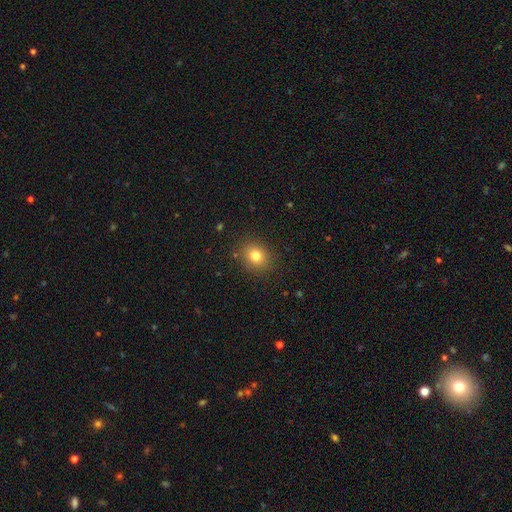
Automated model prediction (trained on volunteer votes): A smooth galaxy with no disk features (79%) that is round (63%). Merging: none (86%).